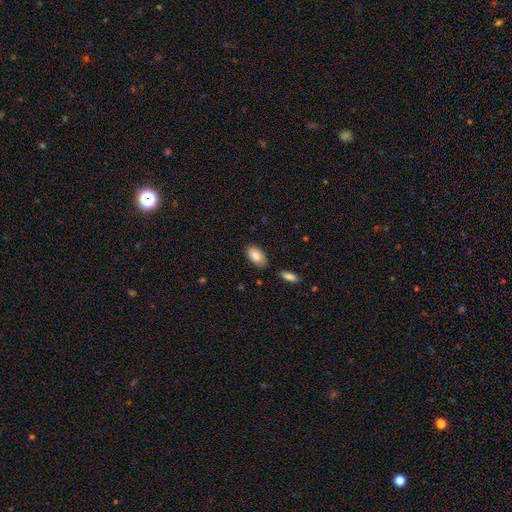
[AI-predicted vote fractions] The model was most divided on "merging": none: 78%, minor disturbance: 15%, merger: 4%, major disturbance: 3%. More confident: how rounded — in between (94%); smooth or featured — smooth (86%).